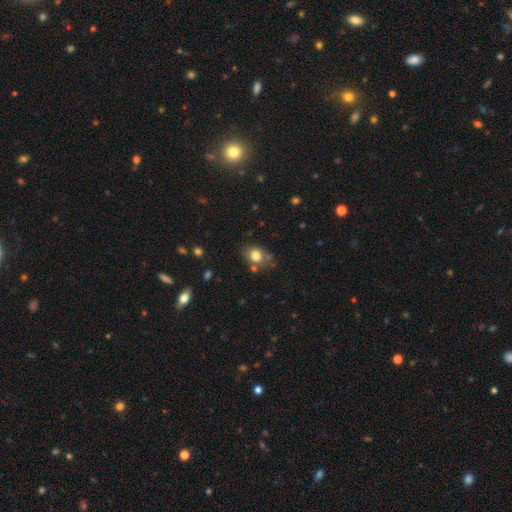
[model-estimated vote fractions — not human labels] Smooth or featured? smooth (78%)
How rounded? in between (56%)
Merging? none (64%)